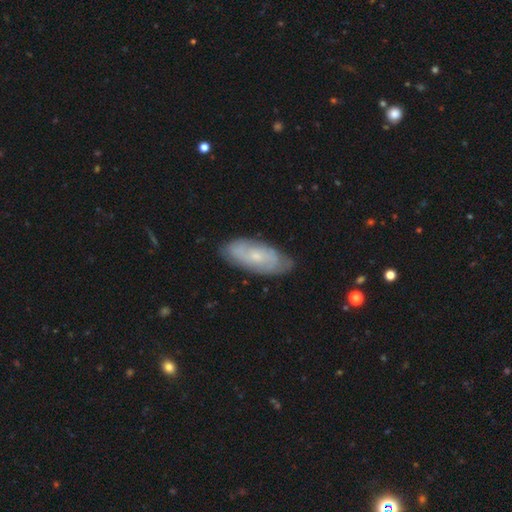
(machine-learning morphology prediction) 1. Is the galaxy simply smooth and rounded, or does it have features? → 59% featured or disk, 34% smooth, 7% star or artifact.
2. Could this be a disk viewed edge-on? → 88% no, 12% yes.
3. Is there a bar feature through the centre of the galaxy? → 71% no, 25% weak, 4% strong.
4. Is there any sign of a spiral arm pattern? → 80% yes, 20% no.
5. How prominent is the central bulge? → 66% small, 28% moderate, 4% none, 1% large, 1% dominant.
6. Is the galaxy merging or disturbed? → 79% none, 16% minor disturbance, 3% major disturbance, 1% merger.